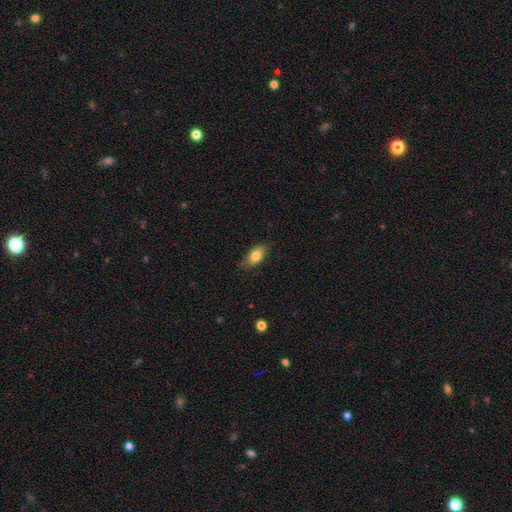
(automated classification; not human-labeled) smooth 81%, featured or disk 11%, star or artifact 8%. Down the decision tree: how rounded — in between (88%); merging — none (80%).